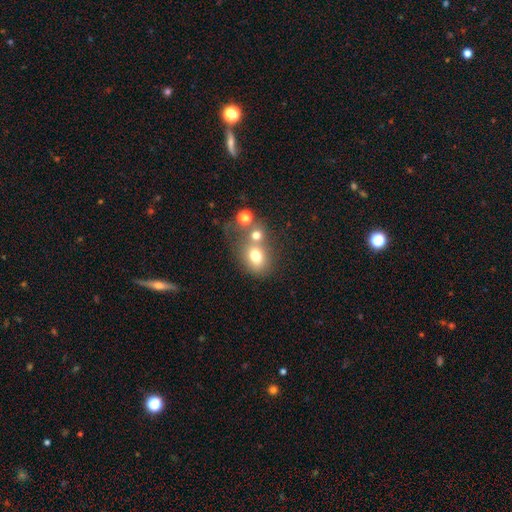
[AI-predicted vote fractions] A smooth galaxy with no disk features (72%) that is round (51%). Merging: merger (43%).